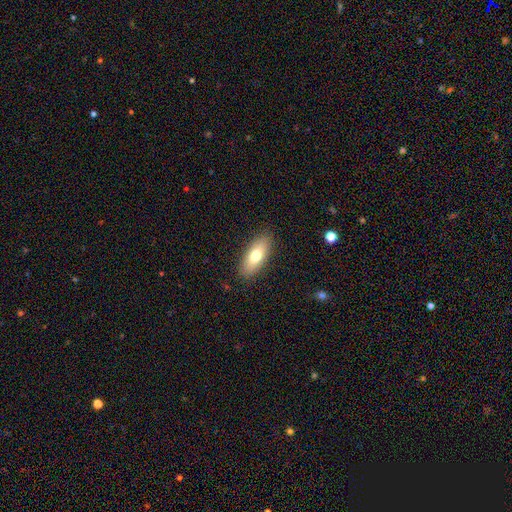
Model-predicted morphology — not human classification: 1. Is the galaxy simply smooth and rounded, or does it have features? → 73% smooth, 20% featured or disk, 7% star or artifact.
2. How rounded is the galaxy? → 76% in between, 22% cigar-shaped, 2% round.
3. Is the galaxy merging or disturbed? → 87% none, 9% minor disturbance, 2% major disturbance, 1% merger.